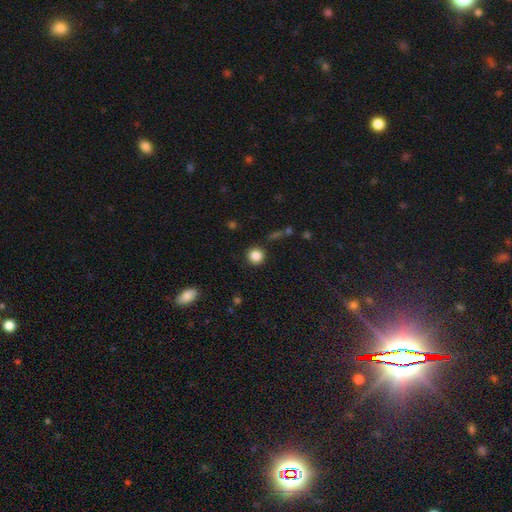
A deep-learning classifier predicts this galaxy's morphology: The model was most divided on "smooth or featured": smooth: 85%, star or artifact: 11%, featured or disk: 4%. More confident: how rounded — round (94%); merging — none (89%).